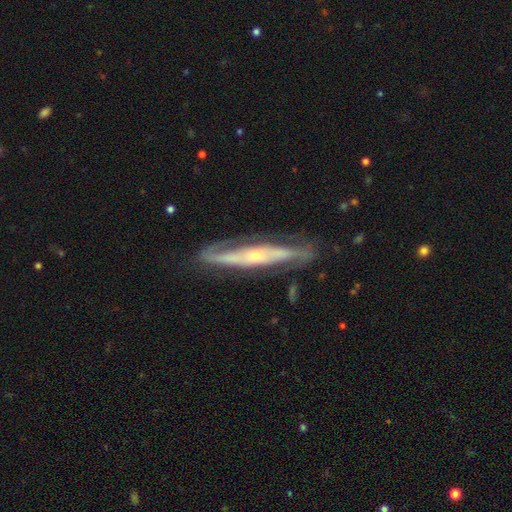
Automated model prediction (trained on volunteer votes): Smooth or featured? featured or disk (81%)
Edge-on disk? yes (54%)
Merging? none (75%)